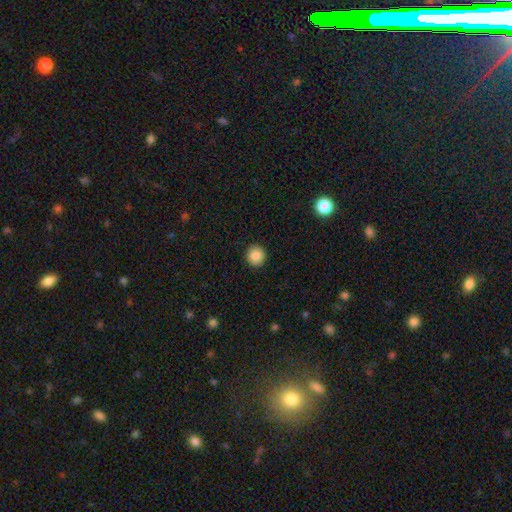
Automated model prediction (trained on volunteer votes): The model was most divided on "smooth or featured": smooth: 87%, star or artifact: 9%, featured or disk: 5%. More confident: how rounded — round (93%); merging — none (92%).